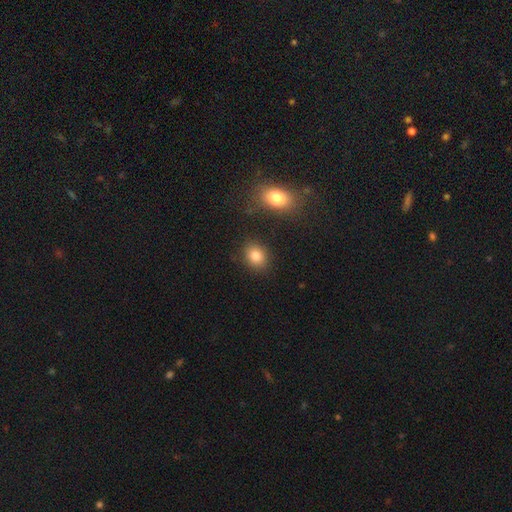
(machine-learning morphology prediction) Smooth or featured: smooth — 84% (star or artifact — 10%)
How rounded: in between — 51% (round — 47%)
Merging: none — 85% (minor disturbance — 9%)